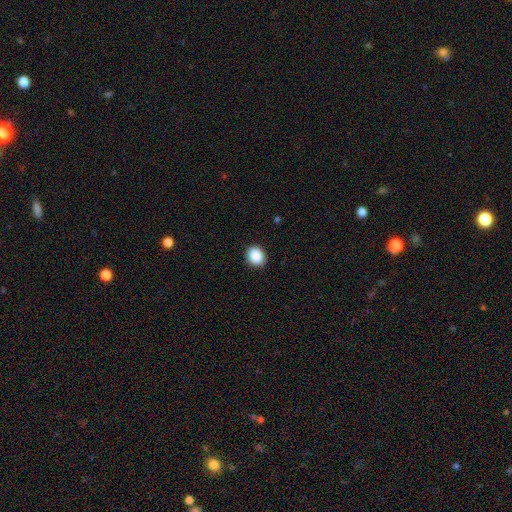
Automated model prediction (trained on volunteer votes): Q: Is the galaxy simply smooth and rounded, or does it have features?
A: smooth — 89%.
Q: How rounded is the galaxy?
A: round — 58%.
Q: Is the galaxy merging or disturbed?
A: none — 90%.